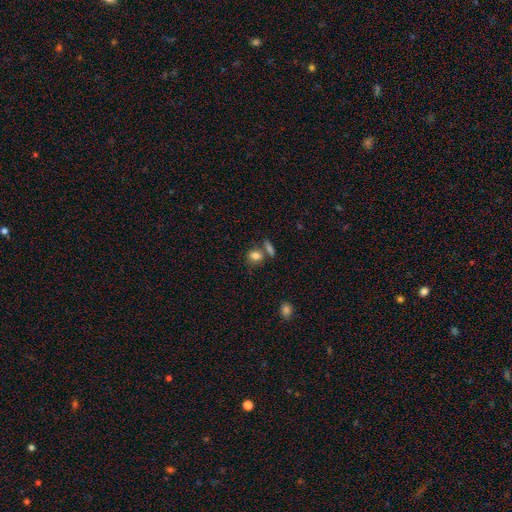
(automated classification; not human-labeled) This appears to be a smooth galaxy with no disk features (81%) that is in between round and cigar-shaped (56%). Merging: none (55%).